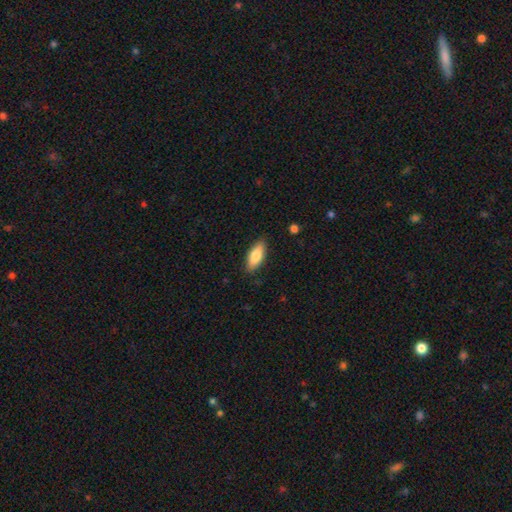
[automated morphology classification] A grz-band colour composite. It shows a smooth galaxy with no disk features (81%) that is in between round and cigar-shaped (74%). Merging: none (86%).